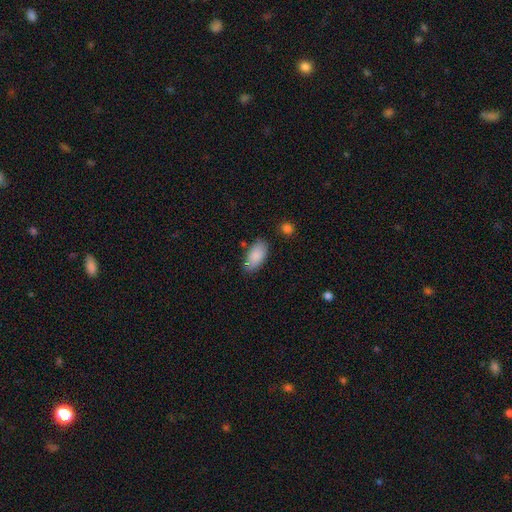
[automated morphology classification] This is clearly a smooth galaxy (86%). How rounded: clearly in between (93%). Merging: likely none (75%).